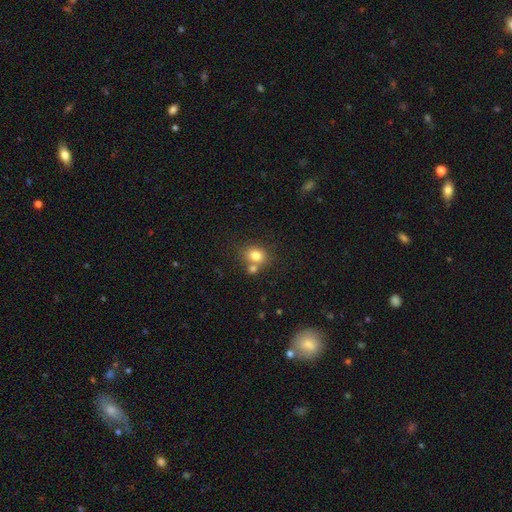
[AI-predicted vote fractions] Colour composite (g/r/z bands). It shows a smooth galaxy with no disk features (80%) that is round (57%). Merging: none (56%).